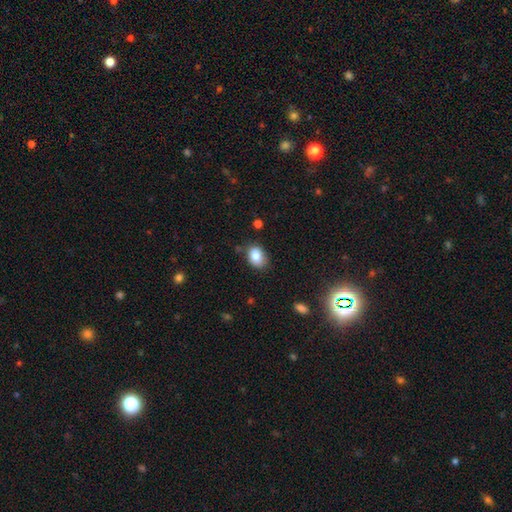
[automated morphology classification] Smooth or featured? smooth (85%)
How rounded? in between (75%)
Merging? none (72%)